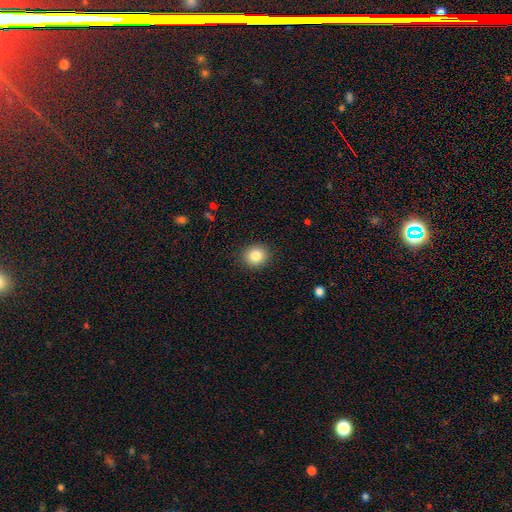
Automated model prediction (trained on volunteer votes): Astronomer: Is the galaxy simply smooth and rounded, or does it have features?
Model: smooth — 84%.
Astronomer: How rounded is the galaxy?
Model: round — 81%.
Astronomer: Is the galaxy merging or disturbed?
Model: none — 90%.